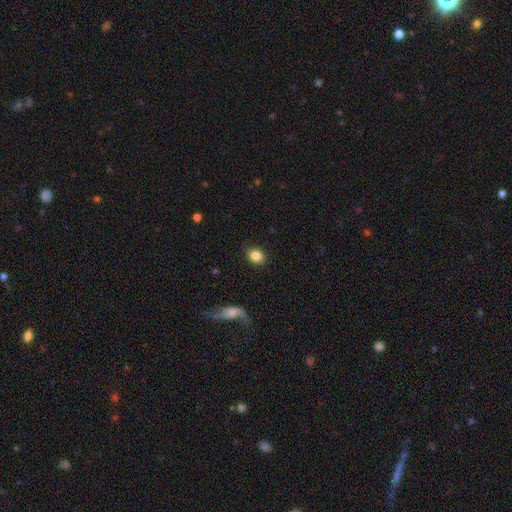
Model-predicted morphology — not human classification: smooth_or_featured: smooth (p=0.84) [alt: star or artifact p=0.09]
how_rounded: round (p=0.64) [alt: in between p=0.35]
merging: none (p=0.88) [alt: minor disturbance p=0.08]